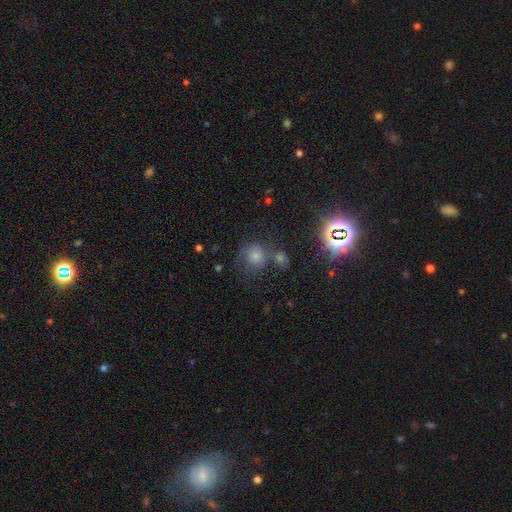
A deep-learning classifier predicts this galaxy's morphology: A star or artifact, not a galaxy (41%, tied with smooth).

Vote fractions:
- Smooth or featured? star or artifact: 41% (tied) / smooth: 41% (tied) / featured or disk: 18%